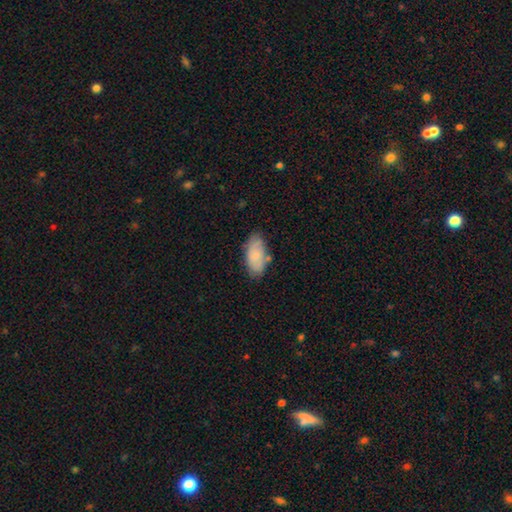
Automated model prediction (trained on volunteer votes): This is likely a smooth galaxy (79%). How rounded: clearly in between (92%). Merging: likely none (71%).